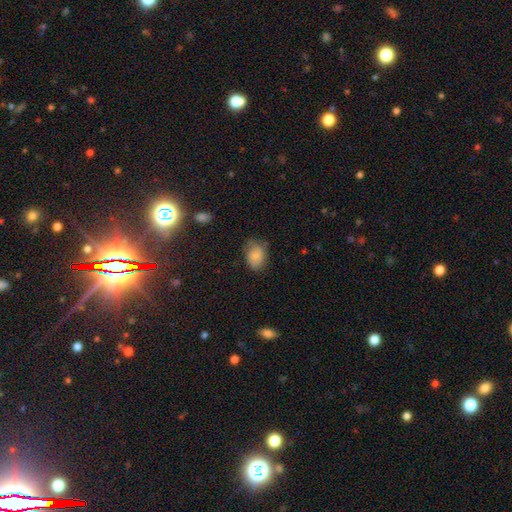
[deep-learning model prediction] This is clearly a smooth galaxy (81%). How rounded: likely in between (71%). Merging: likely none (61%).